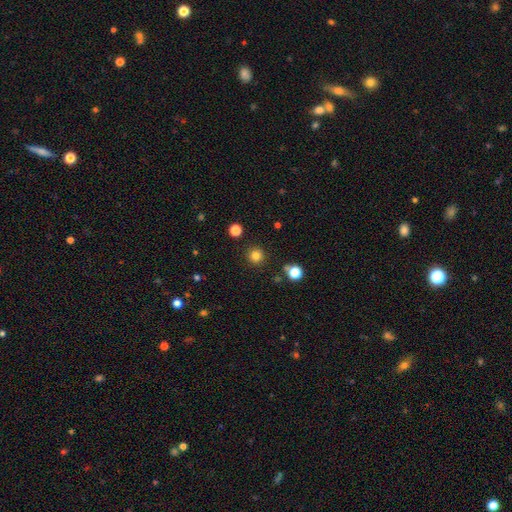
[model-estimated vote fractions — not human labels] Morphology: type=smooth (82%); roundness=round (95%); merging=none (91%).